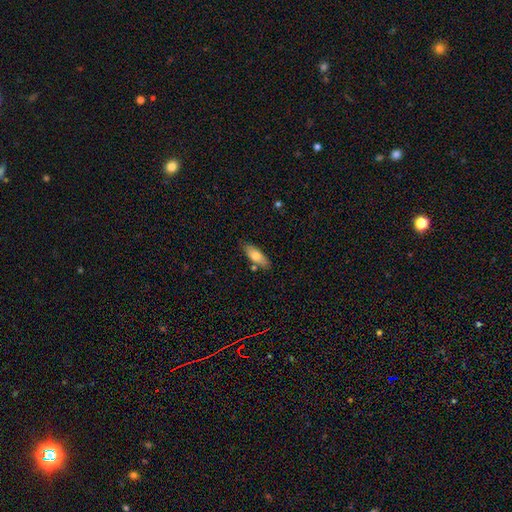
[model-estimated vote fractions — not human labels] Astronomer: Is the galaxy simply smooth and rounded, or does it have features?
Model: smooth — 73%.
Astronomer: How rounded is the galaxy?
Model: in between — 72%.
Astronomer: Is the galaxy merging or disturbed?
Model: none — 77%.